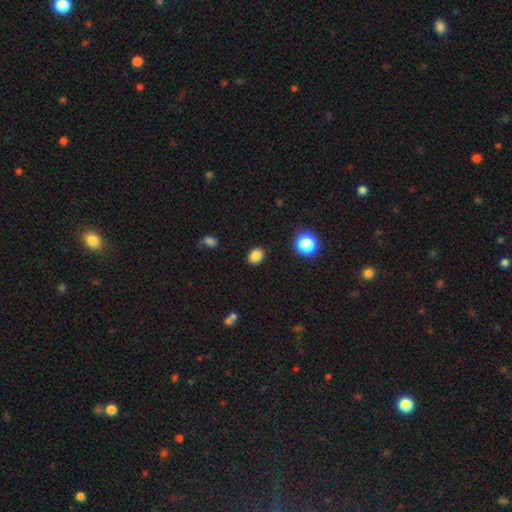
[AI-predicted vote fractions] Q: Smooth or featured?
A: smooth (85%); runner-up: star or artifact (11%)
Q: How rounded?
A: in between (63%); runner-up: round (36%)
Q: Merging?
A: none (88%); runner-up: minor disturbance (8%)